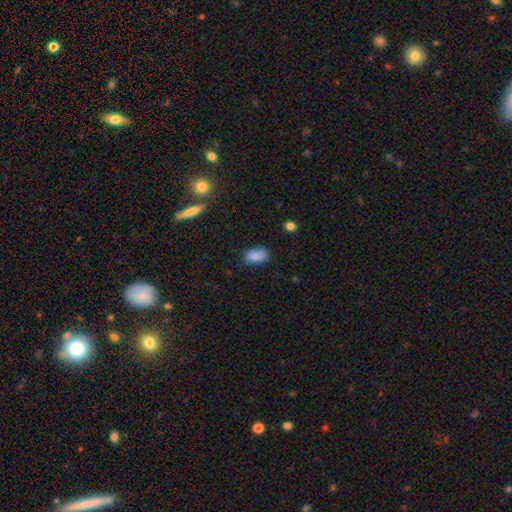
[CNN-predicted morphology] This appears to be a smooth galaxy with no disk features (87%) that is in between round and cigar-shaped (91%). Merging: none (74%).